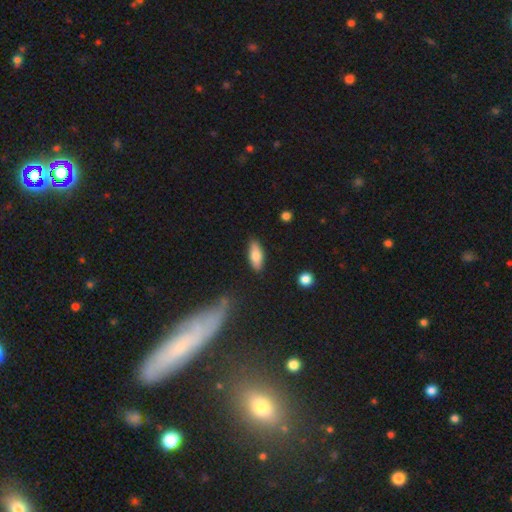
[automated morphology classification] Smooth or featured: smooth — 76% (featured or disk — 17%)
How rounded: in between — 74% (cigar-shaped — 23%)
Merging: none — 84% (minor disturbance — 12%)